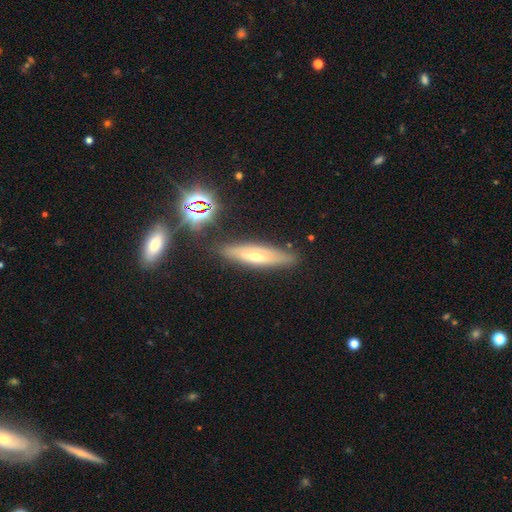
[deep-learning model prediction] smooth-or-featured: featured or disk: 48% | smooth: 39% | star or artifact: 13%
  merging: none: 82% | minor disturbance: 12% | merger: 3% | major disturbance: 3%